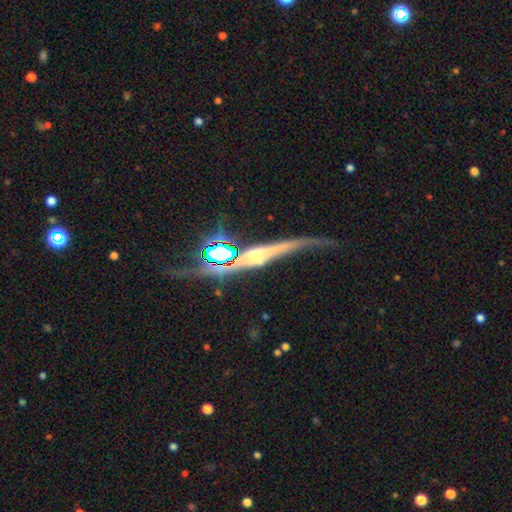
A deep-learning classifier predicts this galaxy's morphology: featured or disk 73%, smooth 14%, star or artifact 13%. Down the decision tree: edge-on disk — yes (85%); edge-on bulge — rounded (74%); merging — none (55%).